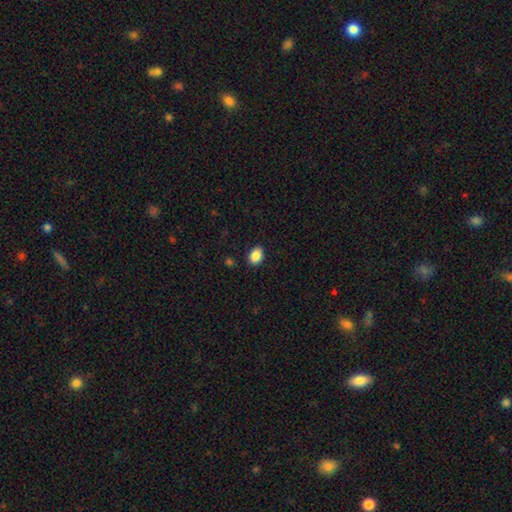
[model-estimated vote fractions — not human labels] Smooth or featured?
  - smooth: 88% *
  - star or artifact: 8%
  - featured or disk: 4%
How rounded?
  - in between: 76% *
  - round: 23%
  - cigar-shaped: 1%
Merging?
  - none: 88% *
  - minor disturbance: 9%
  - major disturbance: 2%
  - merger: 1%